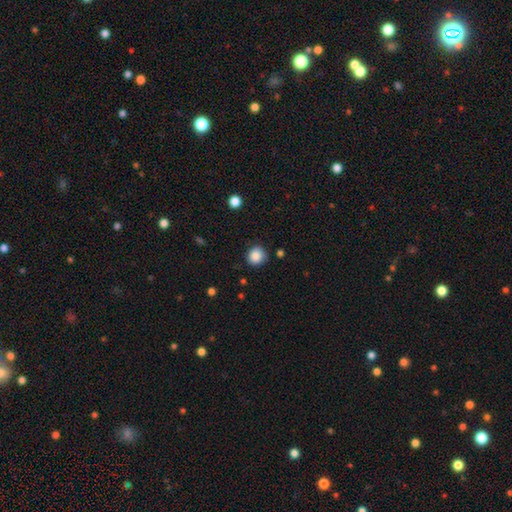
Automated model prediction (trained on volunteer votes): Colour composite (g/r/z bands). It shows a smooth galaxy with no disk features (87%) that is round (85%). Merging: none (83%).